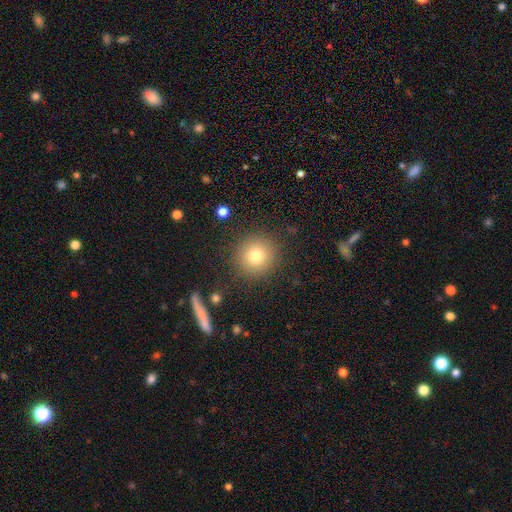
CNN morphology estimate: type=smooth (77%); roundness=round (93%); merging=none (87%).